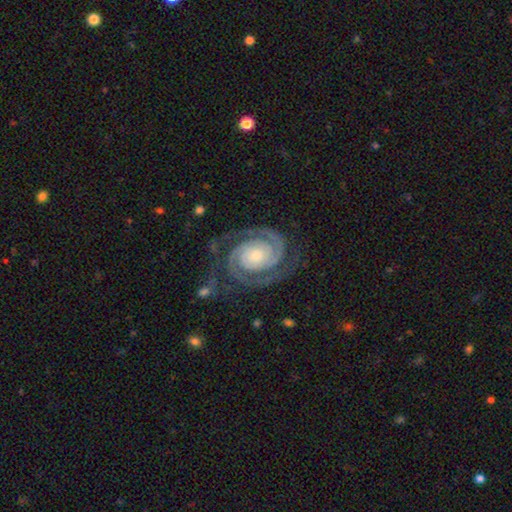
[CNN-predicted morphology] featured or disk 93%, star or artifact 4%, smooth 3%. Down the decision tree: edge-on disk — no (98%); bar — no (71%); spiral arms — yes (99%); spiral arm count — 2 (91%); spiral winding — tight (72%); bulge size — small (58%); merging — none (77%).